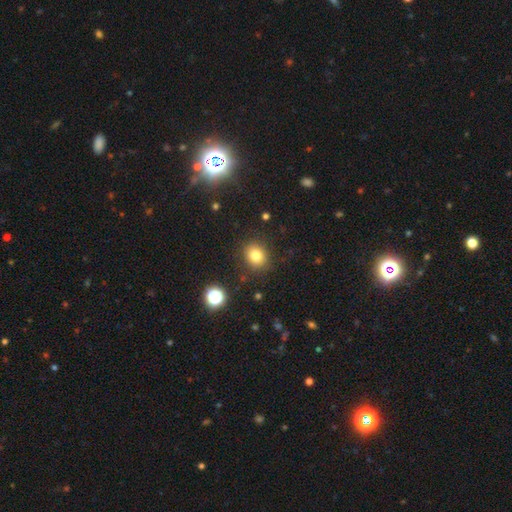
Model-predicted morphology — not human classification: Smooth or featured? smooth (80%)
How rounded? round (71%)
Merging? none (86%)